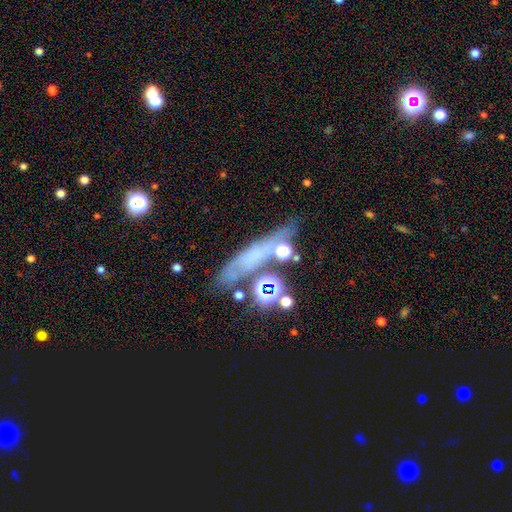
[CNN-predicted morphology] This is marginally a star or artifact rather than a galaxy (36%).